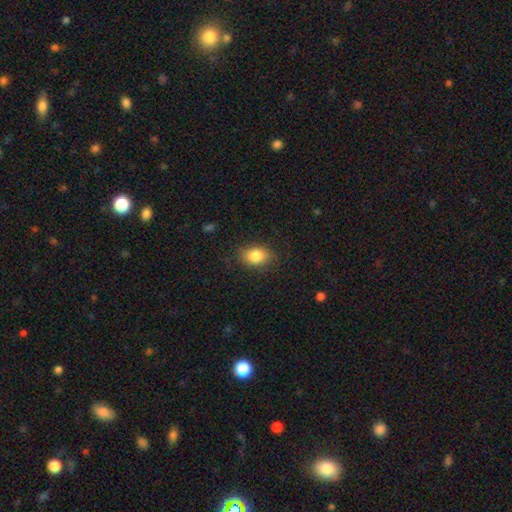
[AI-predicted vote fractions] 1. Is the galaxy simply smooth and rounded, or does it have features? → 84% smooth, 8% star or artifact, 8% featured or disk.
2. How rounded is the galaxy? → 78% in between, 21% round, 1% cigar-shaped.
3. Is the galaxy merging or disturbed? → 81% none, 14% minor disturbance, 4% major disturbance, 1% merger.